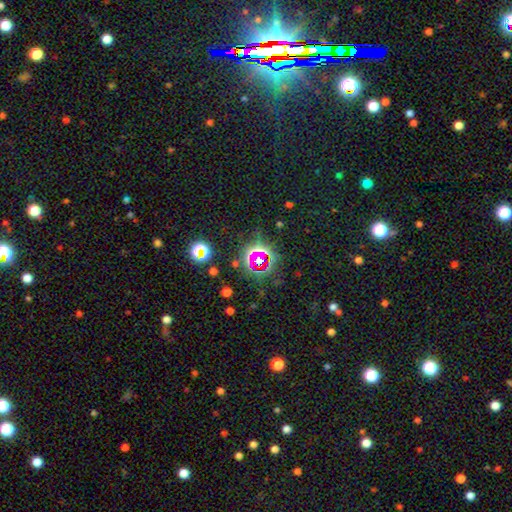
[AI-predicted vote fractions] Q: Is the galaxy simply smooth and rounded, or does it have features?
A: star or artifact — 72%.